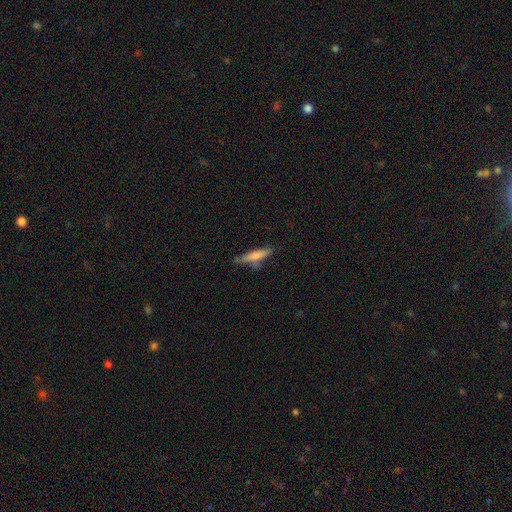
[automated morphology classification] smooth 68%, featured or disk 25%, star or artifact 7%. Down the decision tree: how rounded — cigar-shaped (84%); merging — none (66%).